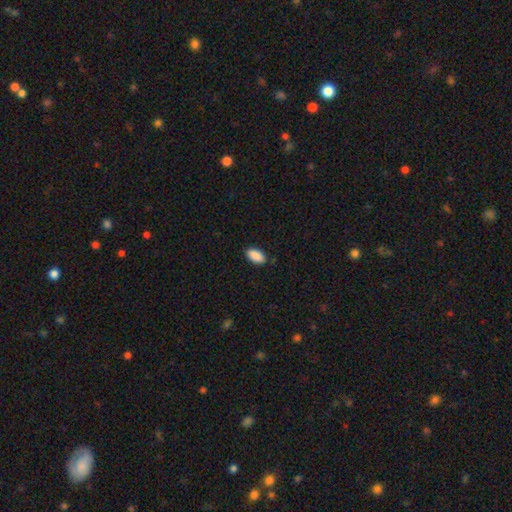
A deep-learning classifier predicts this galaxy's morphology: smooth_or_featured: smooth (p=0.90) [alt: star or artifact p=0.07]
how_rounded: in between (p=0.94) [alt: cigar-shaped p=0.04]
merging: none (p=0.87) [alt: minor disturbance p=0.10]